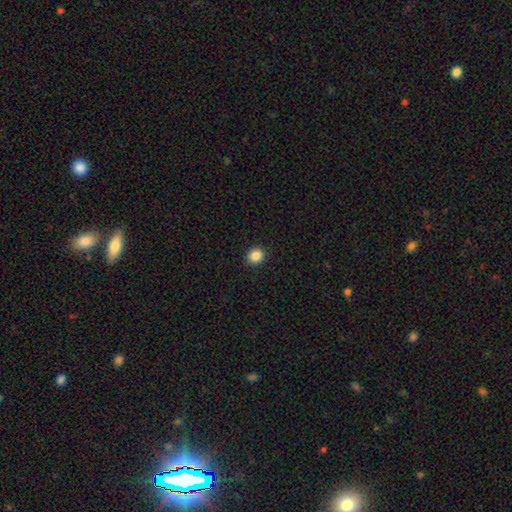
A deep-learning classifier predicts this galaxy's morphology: This is clearly a smooth galaxy (86%). How rounded: likely round (78%). Merging: clearly none (91%).